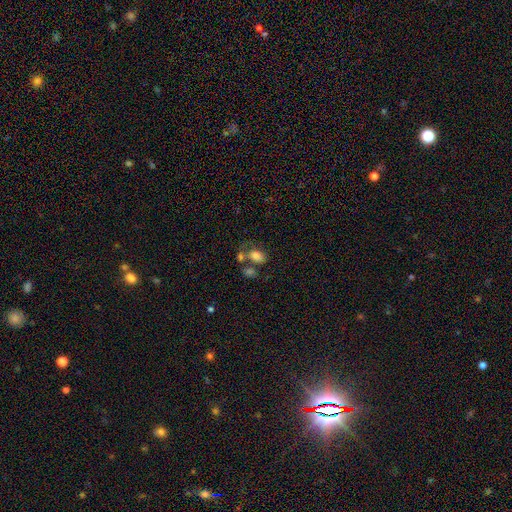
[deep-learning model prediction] smooth 76%, featured or disk 13%, star or artifact 11%. Down the decision tree: how rounded — in between (77%); merging — none (39%).